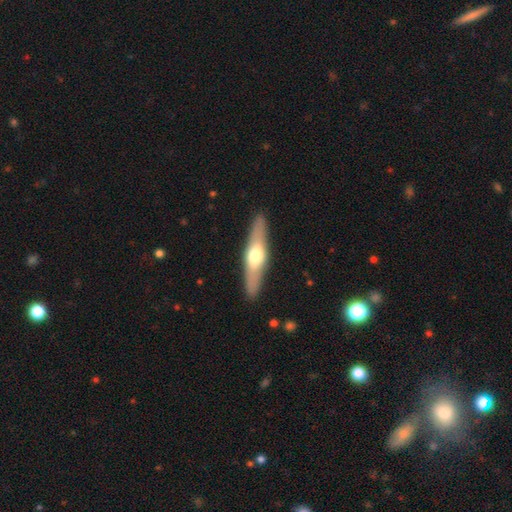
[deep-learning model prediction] This appears to be a featured or disk galaxy (53%) viewed edge-on (87%). Merging: none (90%).